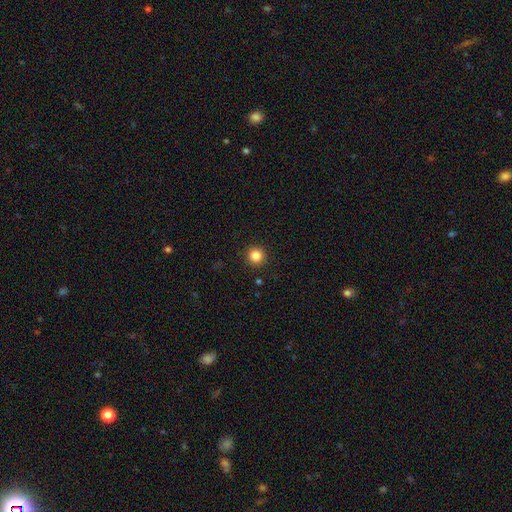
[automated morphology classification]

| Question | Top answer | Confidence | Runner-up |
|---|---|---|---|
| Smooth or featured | smooth | 85% | star or artifact (11%) |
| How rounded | round | 95% | in between (4%) |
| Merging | none | 92% | minor disturbance (5%) |